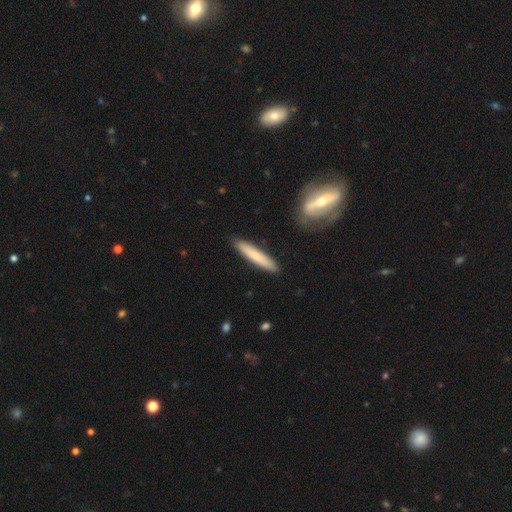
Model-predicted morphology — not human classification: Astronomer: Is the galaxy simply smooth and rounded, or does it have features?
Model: smooth — 69%.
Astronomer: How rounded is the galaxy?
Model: cigar-shaped — 92%.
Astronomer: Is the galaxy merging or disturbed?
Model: none — 89%.